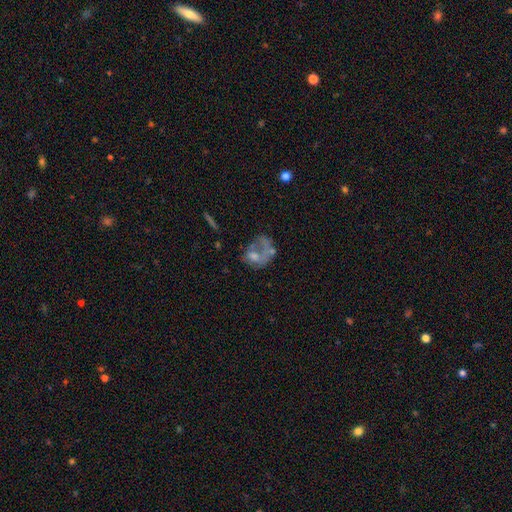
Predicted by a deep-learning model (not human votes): featured or disk 47%, smooth 42%, star or artifact 11%. Down the decision tree: merging — major disturbance (40%).